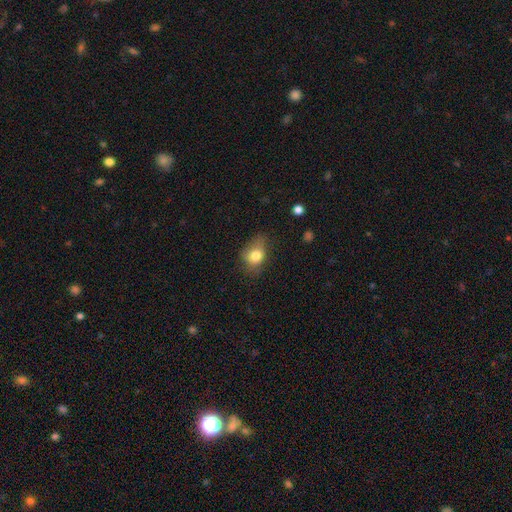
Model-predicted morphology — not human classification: Smooth or featured? smooth (78%)
How rounded? in between (61%)
Merging? none (44%)